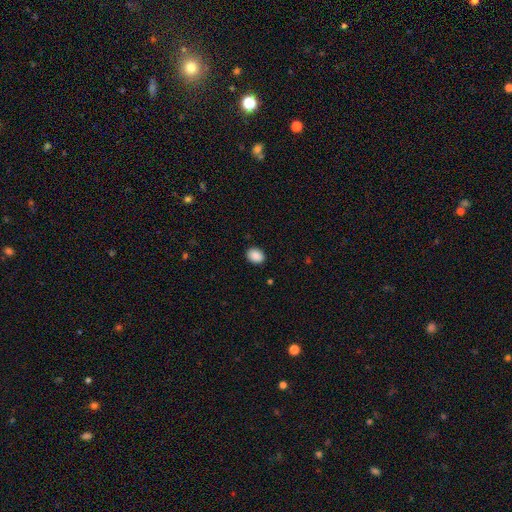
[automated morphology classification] Smooth or featured?
  - smooth: 89% *
  - star or artifact: 8%
  - featured or disk: 2%
How rounded?
  - in between: 57% *
  - round: 42%
  - cigar-shaped: 1%
Merging?
  - none: 89% *
  - minor disturbance: 8%
  - major disturbance: 2%
  - merger: 1%